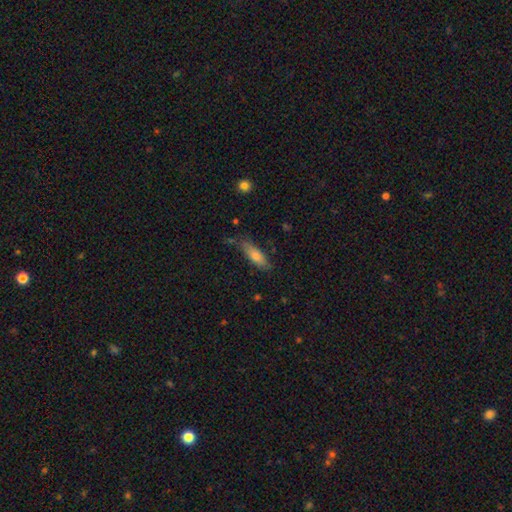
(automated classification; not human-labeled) This is likely a smooth galaxy (78%). How rounded: possibly in between (50%). Merging: likely none (68%).